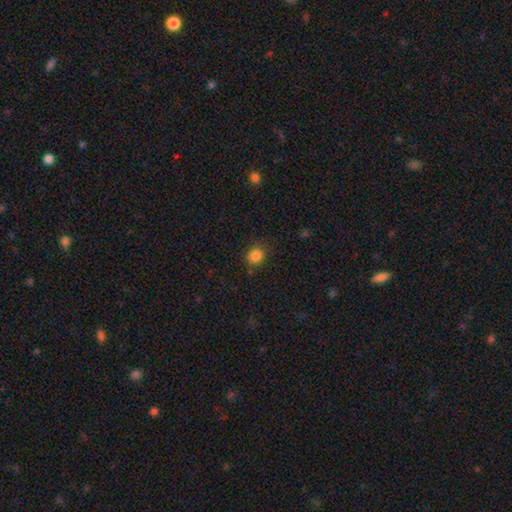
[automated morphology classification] smooth_or_featured: smooth (p=0.84) [alt: star or artifact p=0.12]
how_rounded: round (p=0.82) [alt: in between p=0.17]
merging: none (p=0.82) [alt: minor disturbance p=0.12]